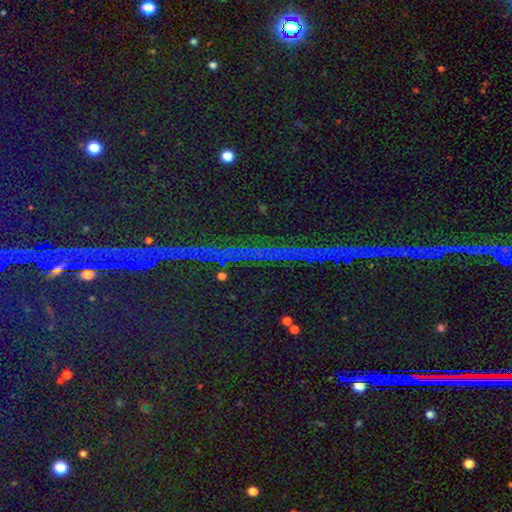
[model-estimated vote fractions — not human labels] star or artifact 86%, featured or disk 7%, smooth 7%.